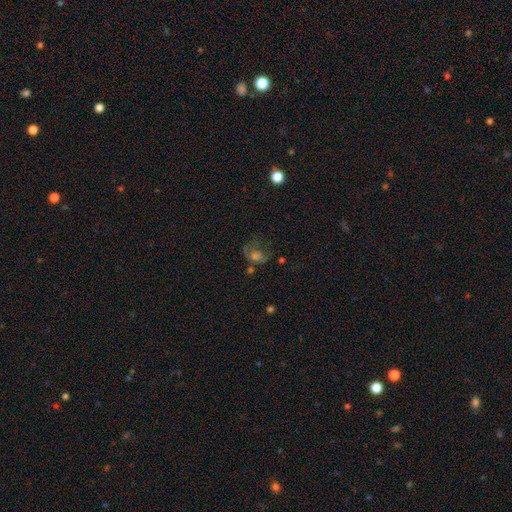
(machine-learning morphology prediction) Smooth or featured?
  - smooth: 39% *
  - featured or disk: 37%
  - star or artifact: 24%
Merging?
  - major disturbance: 38% *
  - none: 36%
  - minor disturbance: 20%
  - merger: 6%